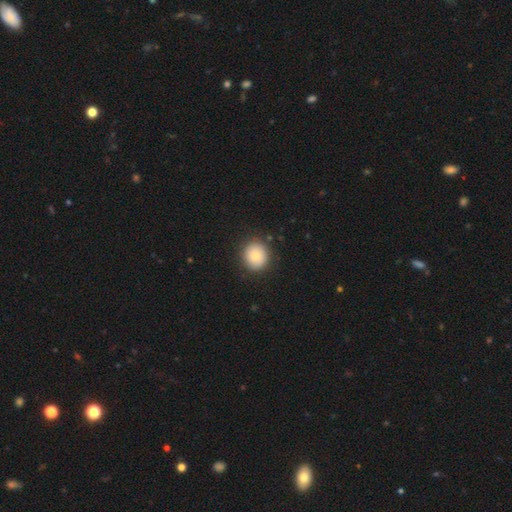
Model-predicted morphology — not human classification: The model was most divided on "how rounded": round: 86%, in between: 13%, cigar-shaped: 1%. More confident: merging — none (87%); smooth or featured — smooth (82%).